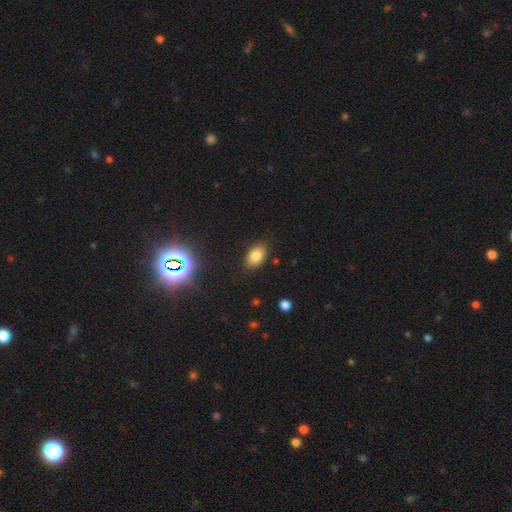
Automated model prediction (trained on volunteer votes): A smooth galaxy with no disk features (79%) that is in between round and cigar-shaped (88%). Merging: none (85%).